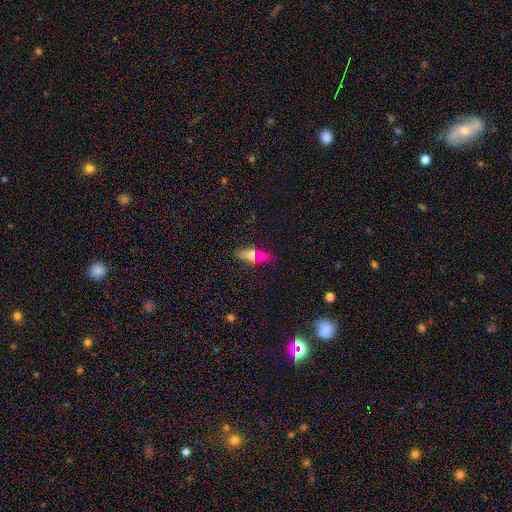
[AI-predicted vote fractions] A smooth galaxy with no disk features (62%) that is in between round and cigar-shaped (54%).

Vote fractions:
- Smooth or featured? smooth: 62% / featured or disk: 25% / star or artifact: 13%
- How rounded? in between: 54% / cigar-shaped: 42% / round: 4%
- Merging? none: 80% / minor disturbance: 14% / major disturbance: 3% / merger: 2%